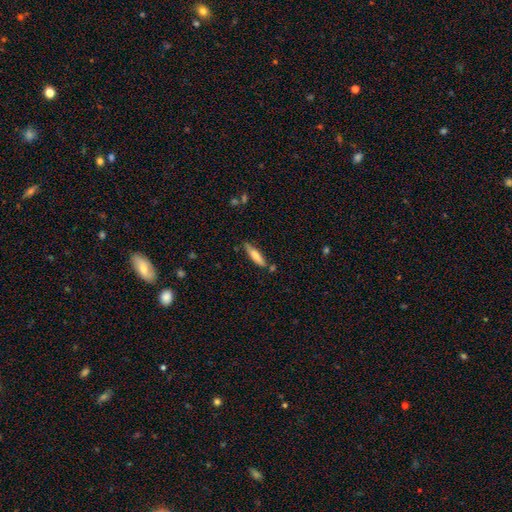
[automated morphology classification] Smooth or featured? smooth (64%)
How rounded? cigar-shaped (78%)
Merging? none (74%)